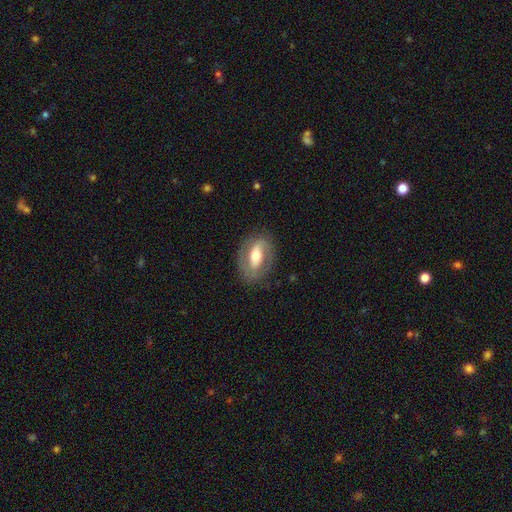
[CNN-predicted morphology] A featured or disk galaxy (63%) with a strong bar (45%), spiral arms (55%) and a moderate central bulge (66%).

Vote fractions:
- Smooth or featured? featured or disk: 63% / smooth: 31% / star or artifact: 6%
- Edge-on disk? no: 88% / yes: 12%
- Bar? strong: 45% / weak: 29% / no: 26%
- Spiral arms? yes: 55% / no: 45%
- Bulge size? moderate: 66% / large: 17% / small: 15% / dominant: 2% / none: 1%
- Merging? none: 79% / minor disturbance: 14% / major disturbance: 6% / merger: 1%